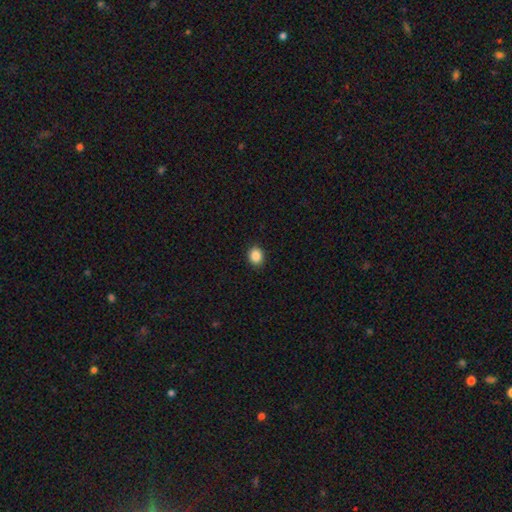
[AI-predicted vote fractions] Smooth or featured? smooth (88%)
How rounded? round (65%)
Merging? none (91%)